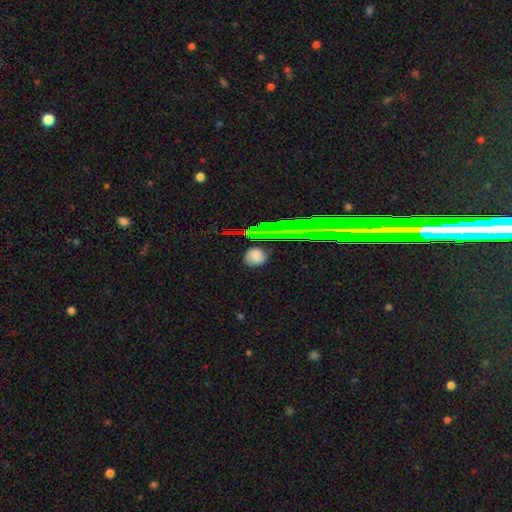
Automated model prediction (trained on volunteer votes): Smooth or featured: smooth — 60% (star or artifact — 24%)
How rounded: round — 73% (in between — 25%)
Merging: none — 76% (minor disturbance — 16%)